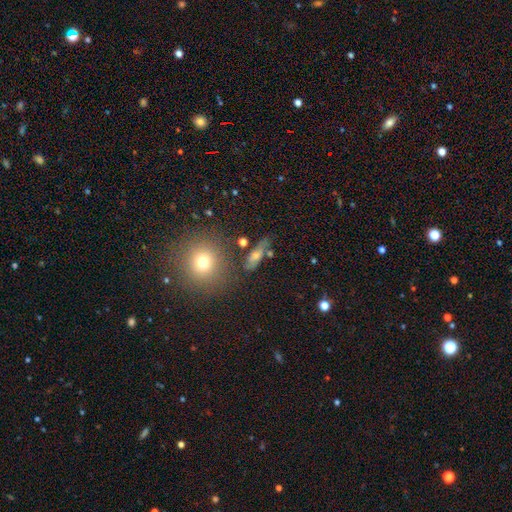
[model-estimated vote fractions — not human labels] This appears to be a smooth galaxy with no disk features (57%) that is in between round and cigar-shaped (52%). Merging: none (64%).